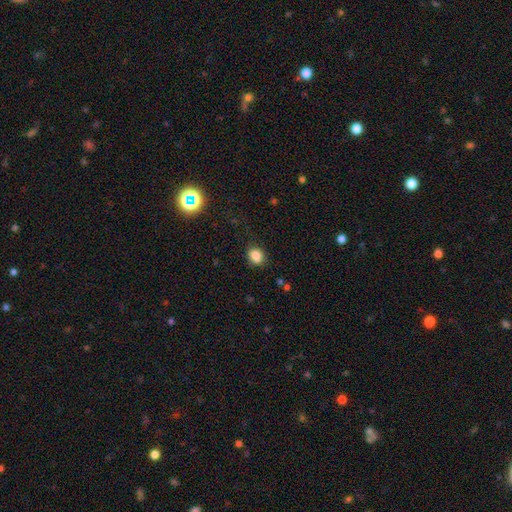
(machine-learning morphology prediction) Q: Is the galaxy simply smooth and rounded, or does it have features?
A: smooth — 83%.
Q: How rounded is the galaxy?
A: round — 56%.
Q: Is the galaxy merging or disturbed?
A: none — 73%.